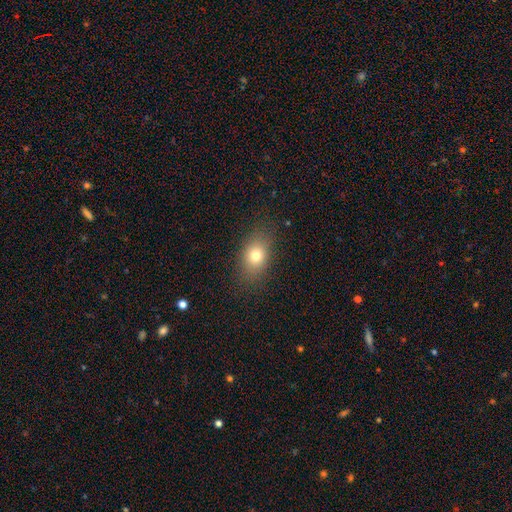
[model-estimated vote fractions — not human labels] Overall: smooth (75%). How rounded: in between (67%; round 31%). Merging: none (83%).